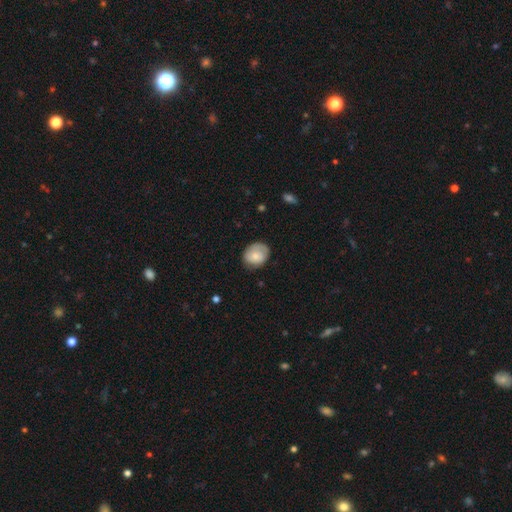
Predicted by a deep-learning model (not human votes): Smooth or featured: smooth — 70% (featured or disk — 23%)
How rounded: in between — 50% (round — 49%)
Merging: none — 69% (minor disturbance — 24%)